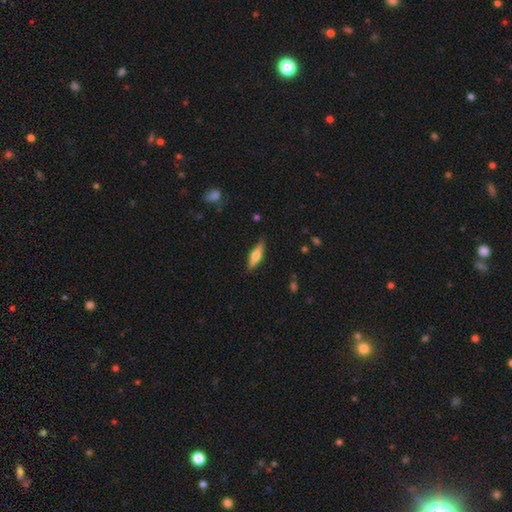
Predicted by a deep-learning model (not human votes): smooth-or-featured: smooth: 55% | featured or disk: 39% | star or artifact: 6%
  how-rounded: cigar-shaped: 69% | in between: 29% | round: 2%
  merging: none: 85% | minor disturbance: 11% | major disturbance: 2% | merger: 1%